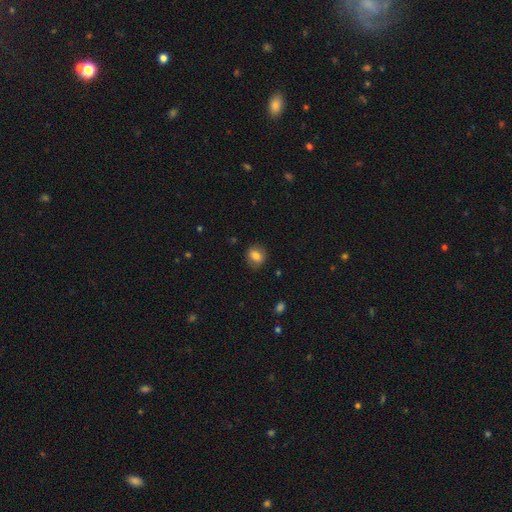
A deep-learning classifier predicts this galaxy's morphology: A smooth galaxy with no disk features (80%) that is round (65%). Merging: none (84%).